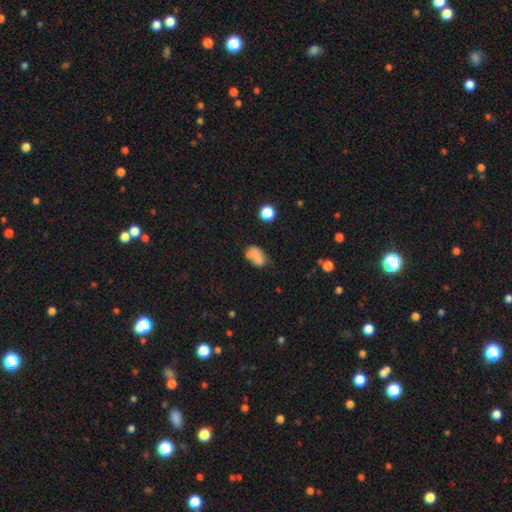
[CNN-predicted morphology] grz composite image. It shows a smooth galaxy with no disk features (72%) that is in between round and cigar-shaped (85%). Merging: none (45%).